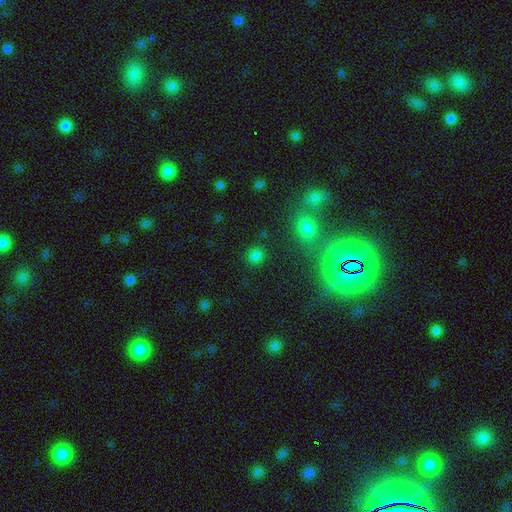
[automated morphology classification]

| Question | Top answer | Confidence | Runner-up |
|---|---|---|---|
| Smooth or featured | smooth | 77% | star or artifact (18%) |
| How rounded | round | 86% | in between (13%) |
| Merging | none | 86% | minor disturbance (8%) |